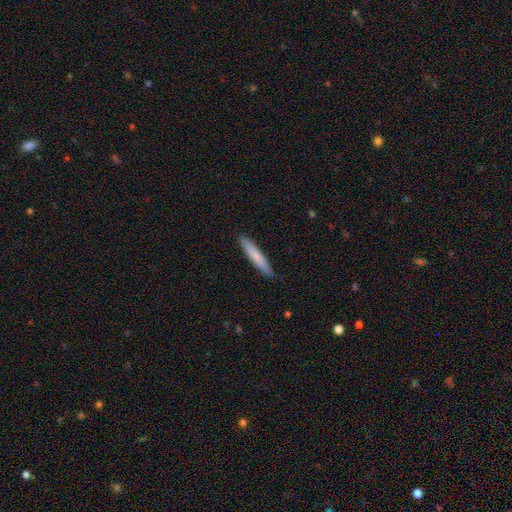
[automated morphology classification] smooth 76%, featured or disk 19%, star or artifact 5%. Down the decision tree: how rounded — cigar-shaped (94%); merging — none (90%).